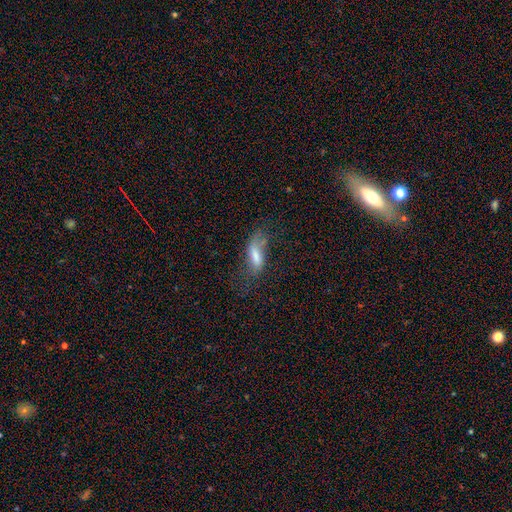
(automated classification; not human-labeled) This is possibly a smooth galaxy (53%). How rounded: likely in between (61%). Merging: marginally none (39%).